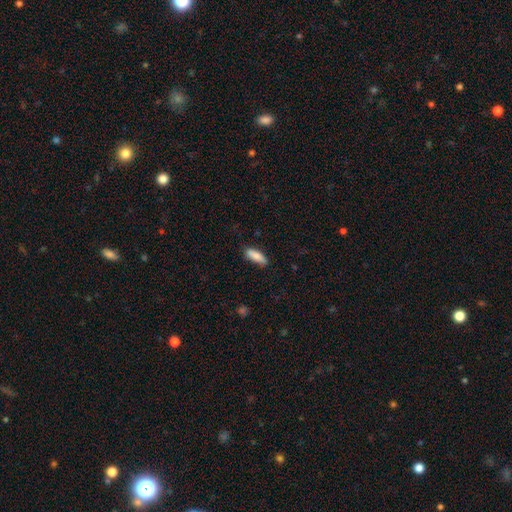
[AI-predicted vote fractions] Q: Smooth or featured?
A: smooth (85%); runner-up: featured or disk (9%)
Q: How rounded?
A: in between (59%); runner-up: cigar-shaped (39%)
Q: Merging?
A: none (80%); runner-up: minor disturbance (16%)